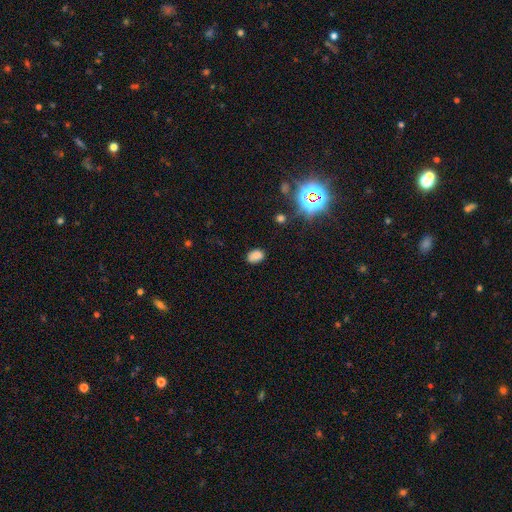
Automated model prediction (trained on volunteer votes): This appears to be a smooth galaxy with no disk features (78%) that is in between round and cigar-shaped (80%). Merging: none (79%).